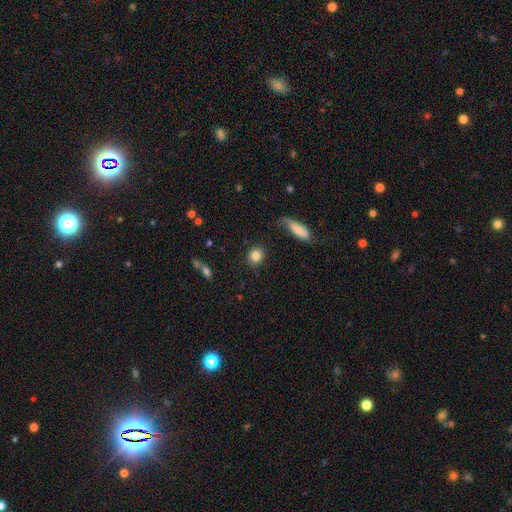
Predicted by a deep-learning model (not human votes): Q: Smooth or featured?
A: smooth (84%); runner-up: star or artifact (9%)
Q: How rounded?
A: round (82%); runner-up: in between (16%)
Q: Merging?
A: none (85%); runner-up: minor disturbance (9%)